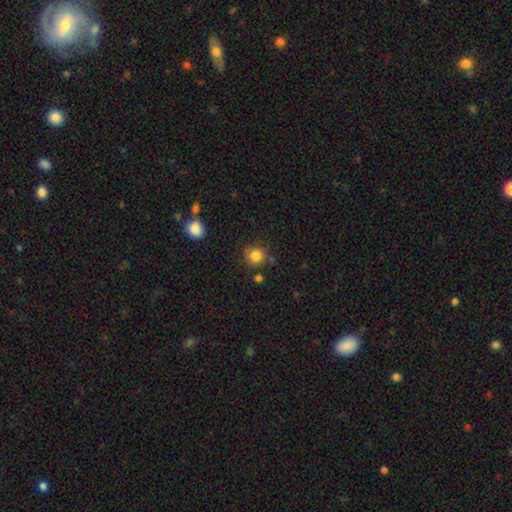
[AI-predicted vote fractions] smooth_or_featured: smooth (p=0.84) [alt: star or artifact p=0.11]
how_rounded: round (p=0.90) [alt: in between p=0.09]
merging: none (p=0.77) [alt: minor disturbance p=0.12]